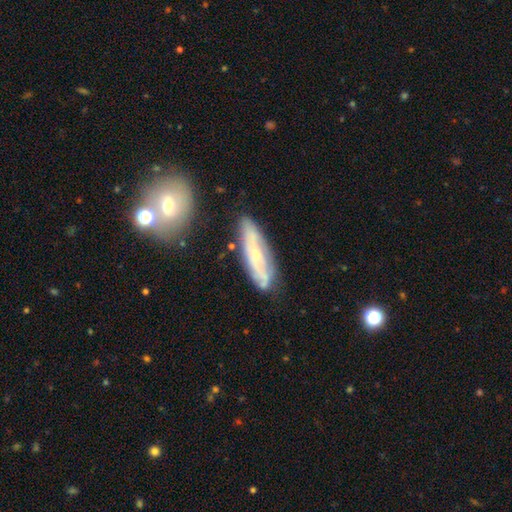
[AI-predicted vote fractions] Morphology: type=featured or disk (60%); edge-on=no (68%); merging=none (73%).